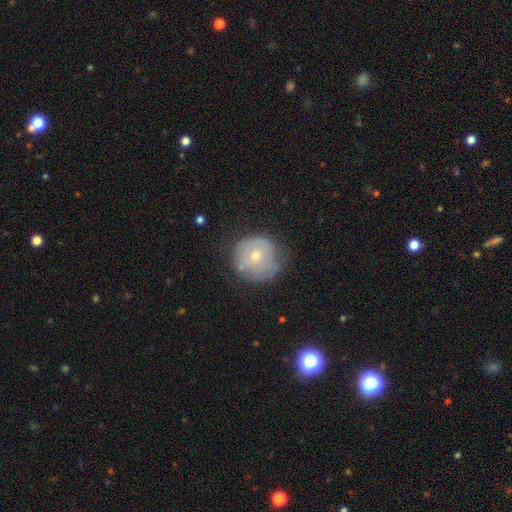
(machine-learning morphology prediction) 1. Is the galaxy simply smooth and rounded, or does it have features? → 49% smooth, 41% featured or disk, 10% star or artifact.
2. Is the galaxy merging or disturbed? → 66% none, 24% minor disturbance, 8% major disturbance, 2% merger.